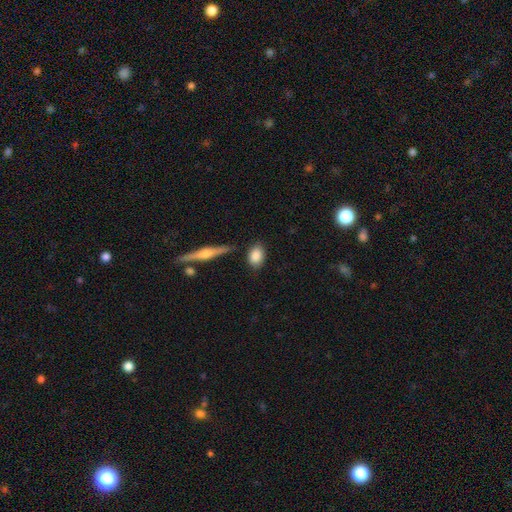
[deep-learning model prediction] A smooth galaxy with no disk features (84%) that is in between round and cigar-shaped (74%).

Vote fractions:
- Smooth or featured? smooth: 84% / featured or disk: 10% / star or artifact: 6%
- How rounded? in between: 74% / round: 22% / cigar-shaped: 4%
- Merging? none: 80% / minor disturbance: 13% / merger: 5% / major disturbance: 3%